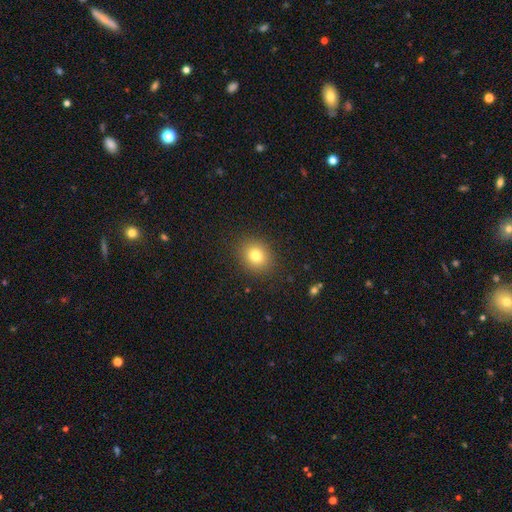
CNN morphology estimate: Smooth or featured?
  - smooth: 79% *
  - star or artifact: 13%
  - featured or disk: 9%
How rounded?
  - round: 70% *
  - in between: 29%
  - cigar-shaped: 1%
Merging?
  - none: 89% *
  - minor disturbance: 8%
  - major disturbance: 3%
  - merger: 1%